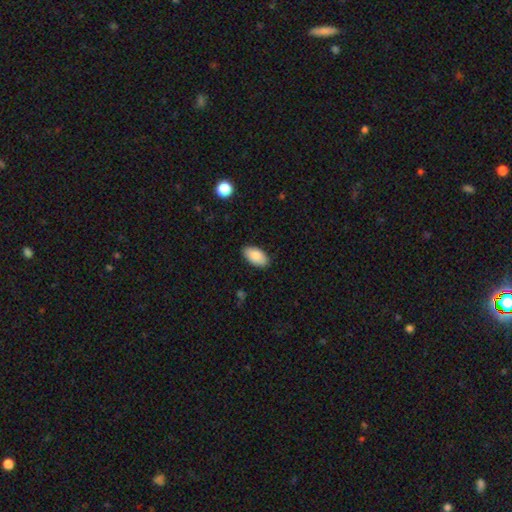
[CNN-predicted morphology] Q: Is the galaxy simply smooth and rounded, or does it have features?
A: smooth — 87%.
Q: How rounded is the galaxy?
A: in between — 95%.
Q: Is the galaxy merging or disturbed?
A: none — 87%.